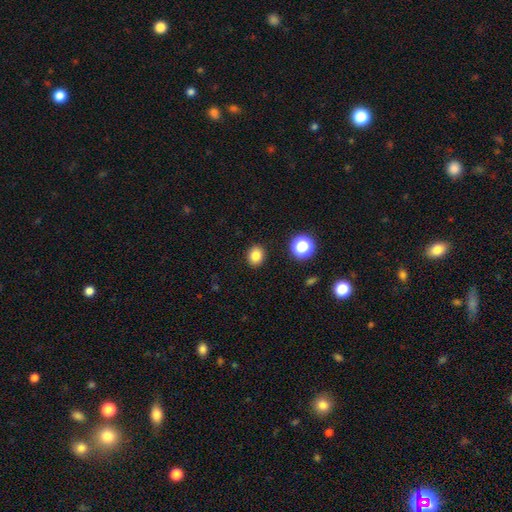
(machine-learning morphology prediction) Smooth or featured: smooth — 82% (star or artifact — 13%)
How rounded: round — 67% (in between — 32%)
Merging: none — 90% (minor disturbance — 7%)